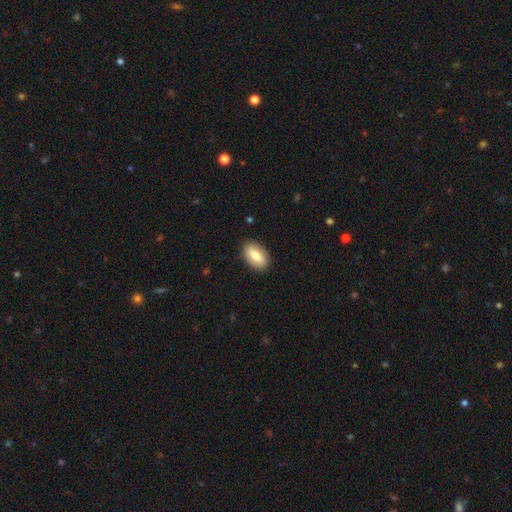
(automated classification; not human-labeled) smooth_or_featured: smooth (p=0.77) [alt: featured or disk p=0.17]
how_rounded: in between (p=0.91) [alt: round p=0.05]
merging: none (p=0.87) [alt: minor disturbance p=0.09]